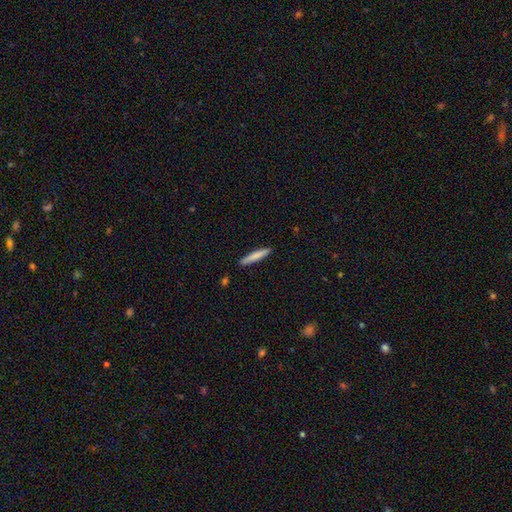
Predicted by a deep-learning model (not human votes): Morphology: type=smooth (81%); roundness=cigar-shaped (92%); merging=none (90%).